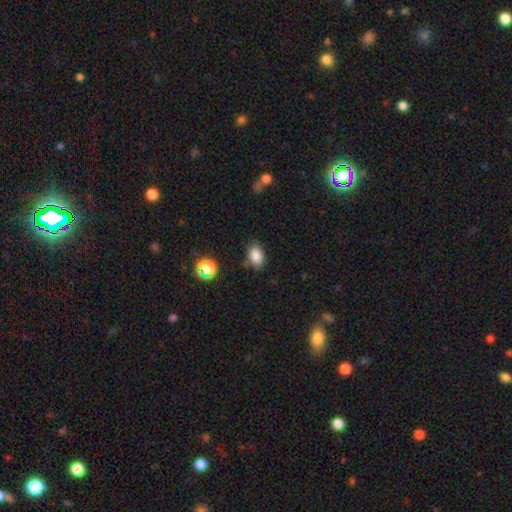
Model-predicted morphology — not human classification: smooth-or-featured: smooth: 84% | star or artifact: 10% | featured or disk: 6%
  how-rounded: in between: 78% | round: 21% | cigar-shaped: 1%
  merging: none: 75% | minor disturbance: 17% | major disturbance: 4% | merger: 4%